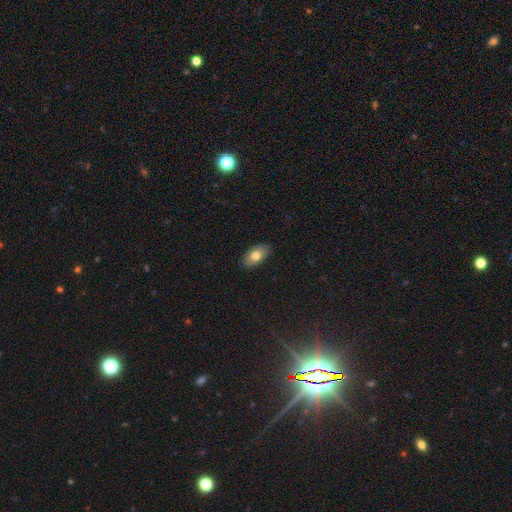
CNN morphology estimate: A smooth galaxy with no disk features (74%) that is in between round and cigar-shaped (92%). Merging: none (88%).